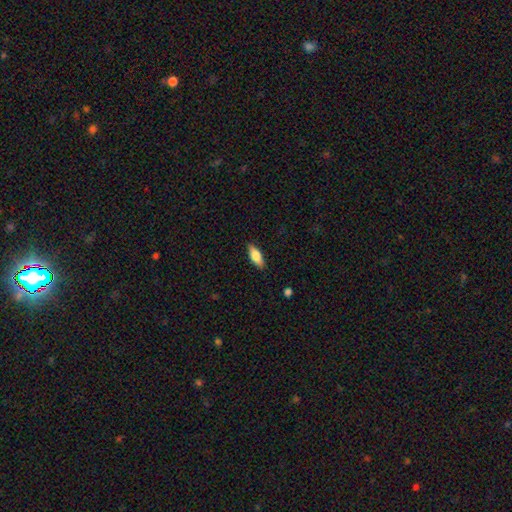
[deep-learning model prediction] Morphology: type=smooth (73%); roundness=in between (72%); merging=none (87%).